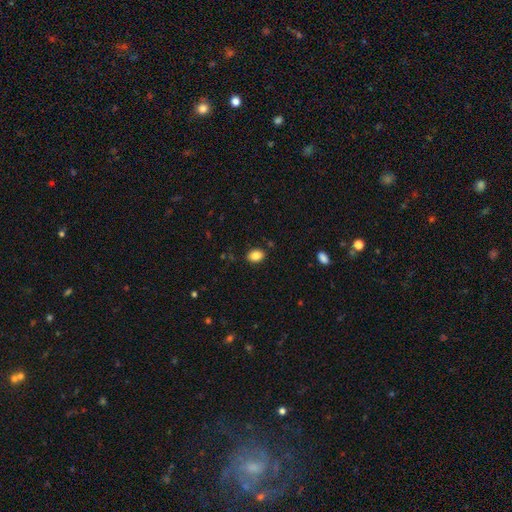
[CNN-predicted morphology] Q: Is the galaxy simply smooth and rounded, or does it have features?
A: smooth — 86%.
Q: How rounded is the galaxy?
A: in between — 74%.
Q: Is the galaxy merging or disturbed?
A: none — 87%.